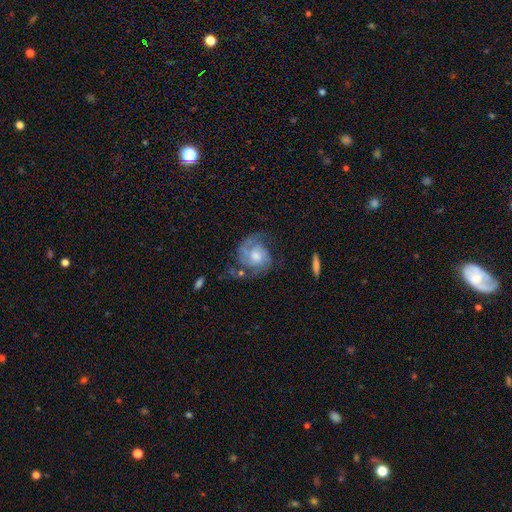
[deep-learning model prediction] Smooth or featured? featured or disk (77%)
Edge-on disk? no (98%)
Bar? no (67%)
Spiral arms? yes (93%)
Spiral winding? medium (44%)
Spiral arm count? 2 (60%)
Bulge size? moderate (53%)
Merging? none (58%)